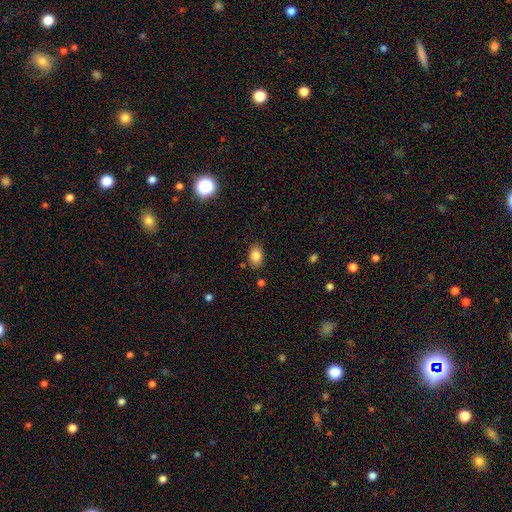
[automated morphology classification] This appears to be a smooth galaxy with no disk features (84%) that is in between round and cigar-shaped (78%). Merging: none (82%).